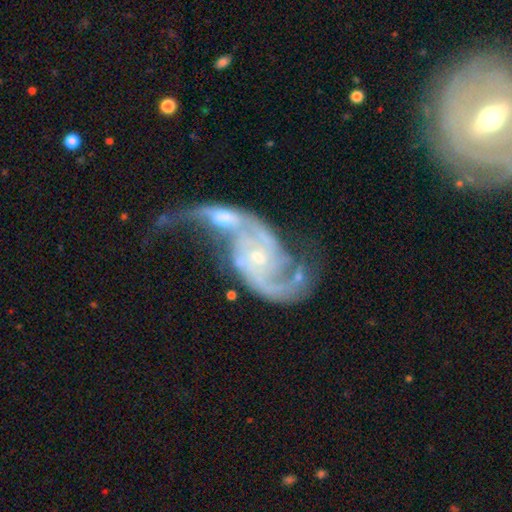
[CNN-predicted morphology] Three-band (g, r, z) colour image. It shows a featured or disk galaxy (90%) with no bar (65%), 2 (85%) medium (43%) spiral arms (96%) and a small central bulge (69%). Merging: merger (57%).